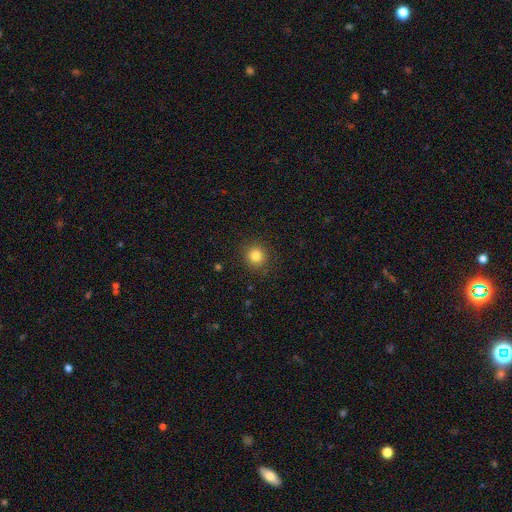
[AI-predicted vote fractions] Smooth or featured? smooth (82%)
How rounded? round (93%)
Merging? none (90%)